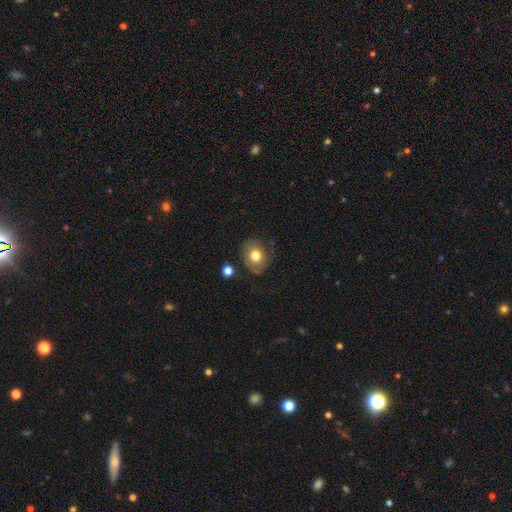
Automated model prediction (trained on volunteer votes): A smooth galaxy with no disk features (74%) that is round (60%). Merging: none (76%).